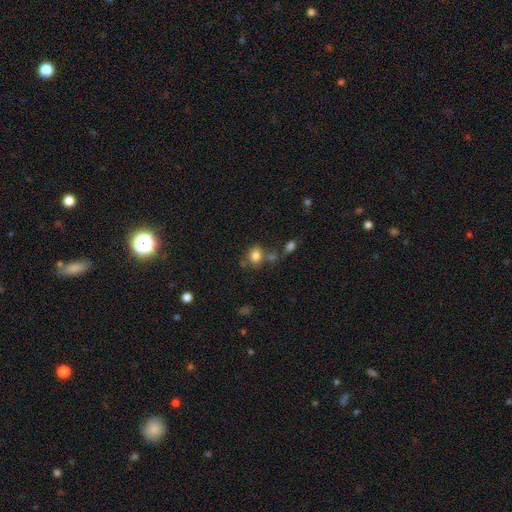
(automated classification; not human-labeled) The model was most divided on "how rounded": round: 61%, in between: 38%, cigar-shaped: 1%. More confident: smooth or featured — smooth (82%); merging — none (59%).